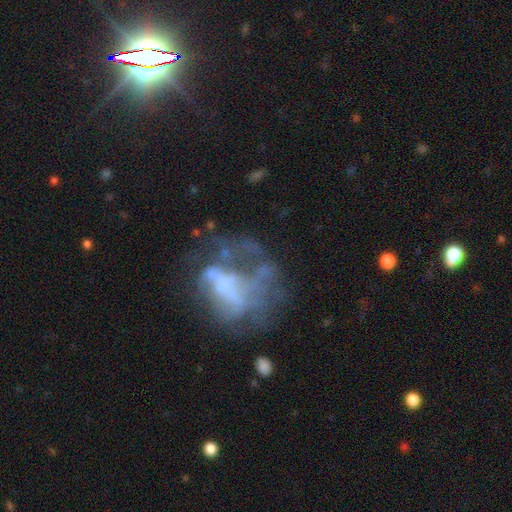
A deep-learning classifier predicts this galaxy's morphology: featured or disk 56%, star or artifact 22%, smooth 22%. Down the decision tree: edge-on disk — no (96%); bar — no (79%); spiral arms — no (82%); bulge size — none (66%); merging — major disturbance (40%).